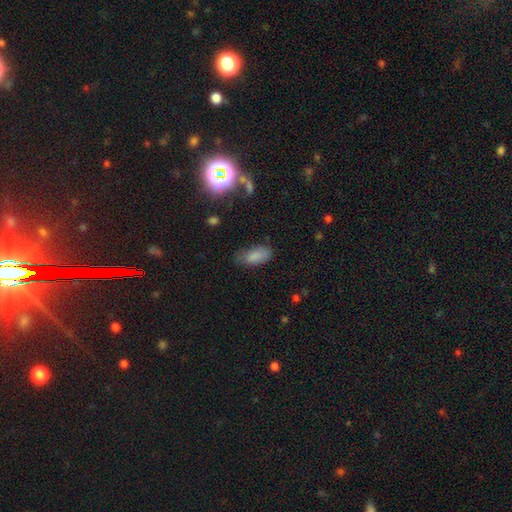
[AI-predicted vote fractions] Smooth or featured? Predicted: smooth (p=0.81). How rounded? Predicted: in between (p=0.90). Merging? Predicted: none (p=0.62).